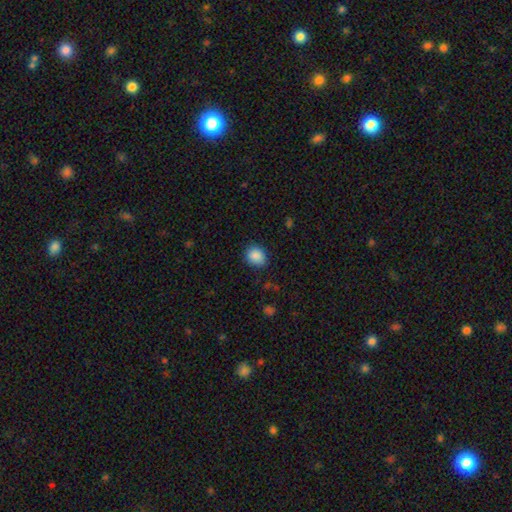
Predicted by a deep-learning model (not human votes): A smooth galaxy with no disk features (88%) that is round (63%). Merging: none (85%).